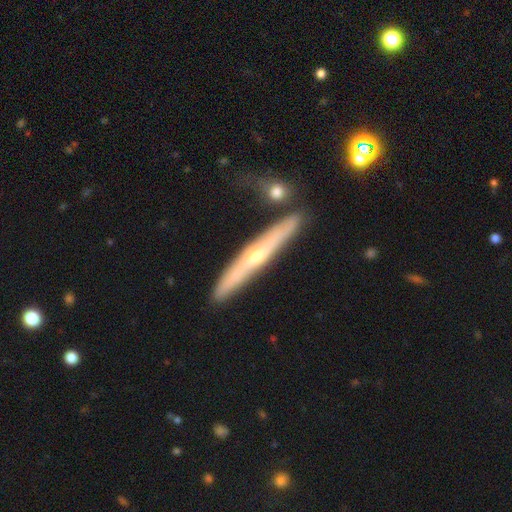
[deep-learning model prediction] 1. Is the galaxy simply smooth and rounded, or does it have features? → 64% featured or disk, 30% smooth, 6% star or artifact.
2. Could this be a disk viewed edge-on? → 89% yes, 11% no.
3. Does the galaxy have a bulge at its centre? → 68% rounded, 28% none, 3% boxy.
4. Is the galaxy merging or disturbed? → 80% none, 12% minor disturbance, 6% merger, 3% major disturbance.